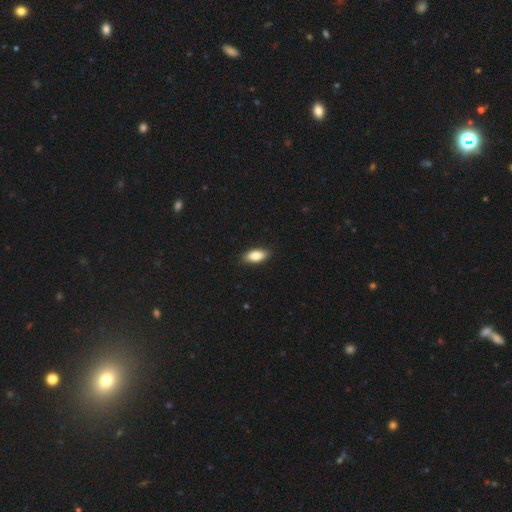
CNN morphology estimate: This appears to be a smooth galaxy with no disk features (84%) that is in between round and cigar-shaped (87%). Merging: none (88%).